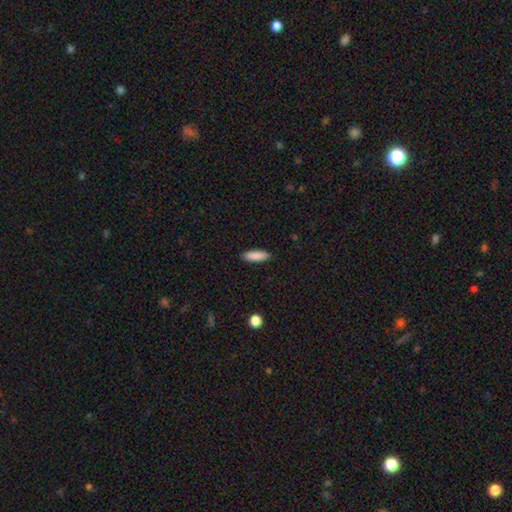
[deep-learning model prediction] Morphology: type=smooth (89%); roundness=cigar-shaped (49%, tied with in between); merging=none (89%).